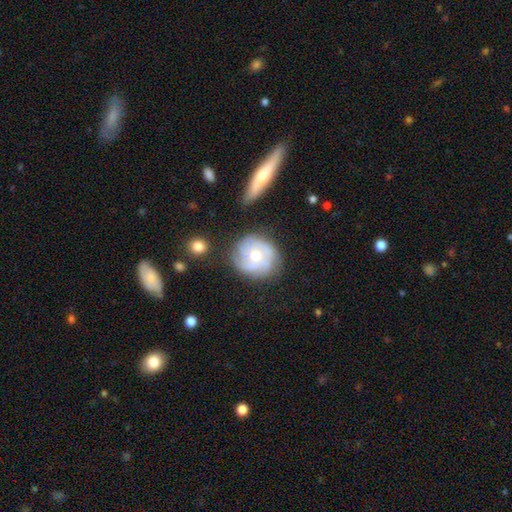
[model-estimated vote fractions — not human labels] Q: Smooth or featured?
A: featured or disk (67%); runner-up: smooth (26%)
Q: Edge-on disk?
A: no (97%); runner-up: yes (3%)
Q: Bar?
A: no (79%); runner-up: weak (18%)
Q: Spiral arms?
A: yes (84%); runner-up: no (16%)
Q: Spiral winding?
A: tight (54%); runner-up: medium (33%)
Q: Spiral arm count?
A: can't tell (34%); runner-up: 3 (31%)
Q: Bulge size?
A: moderate (67%); runner-up: small (26%)
Q: Merging?
A: none (68%); runner-up: minor disturbance (20%)